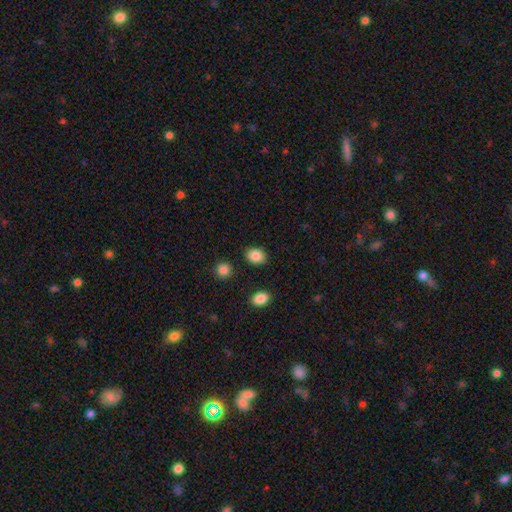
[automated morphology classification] Smooth or featured?
  - smooth: 86% *
  - star or artifact: 9%
  - featured or disk: 5%
How rounded?
  - in between: 62% *
  - round: 37%
  - cigar-shaped: 1%
Merging?
  - none: 86% *
  - minor disturbance: 8%
  - merger: 3%
  - major disturbance: 2%